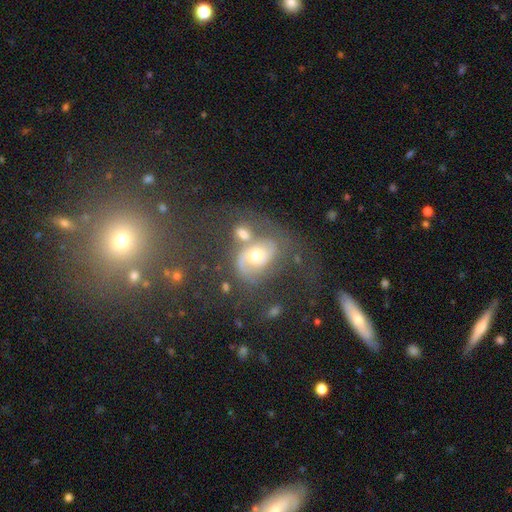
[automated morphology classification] A featured or disk galaxy (70%) with no bar (71%), 2 (67%) medium (46%) spiral arms (85%) and a moderate central bulge (65%). Merging: none (36%).